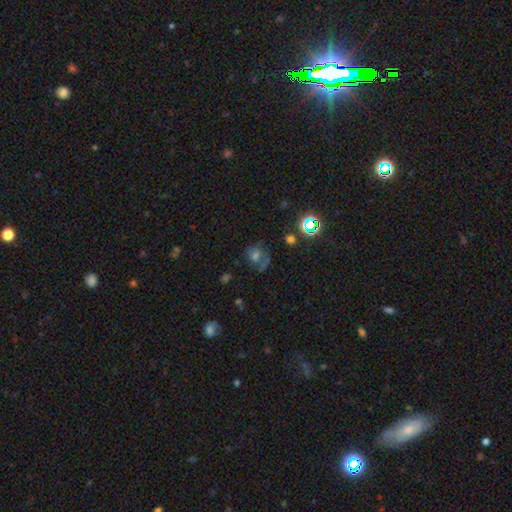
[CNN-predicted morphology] A smooth galaxy with no disk features (41%).

Vote fractions:
- Smooth or featured? smooth: 41% / star or artifact: 30% / featured or disk: 28%
- Merging? none: 56% / minor disturbance: 19% / major disturbance: 18% / merger: 7%